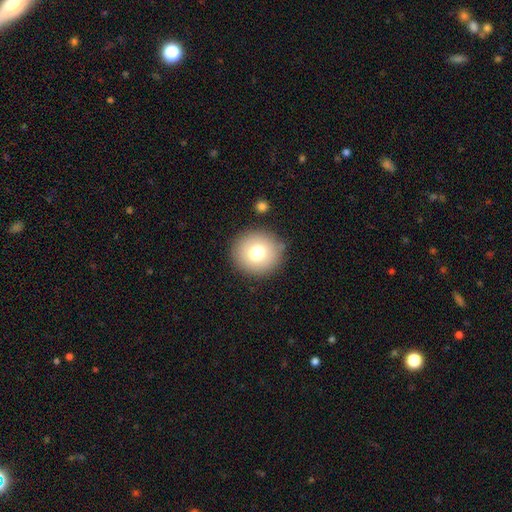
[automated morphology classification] A smooth galaxy with no disk features (74%) that is round (88%). Merging: none (87%).